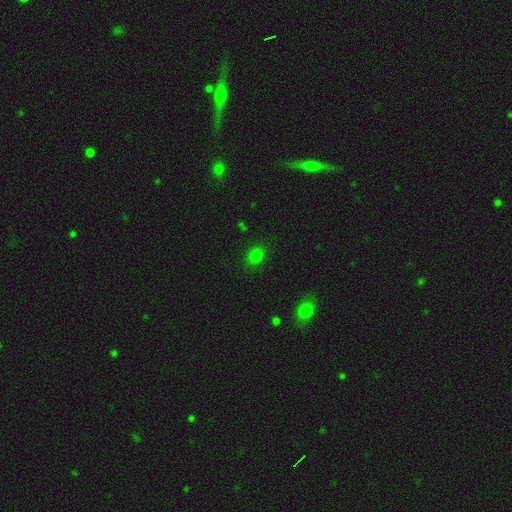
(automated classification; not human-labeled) smooth_or_featured: smooth (p=0.78) [alt: star or artifact p=0.18]
how_rounded: round (p=0.50) [alt: in between p=0.49]
merging: none (p=0.85) [alt: minor disturbance p=0.10]